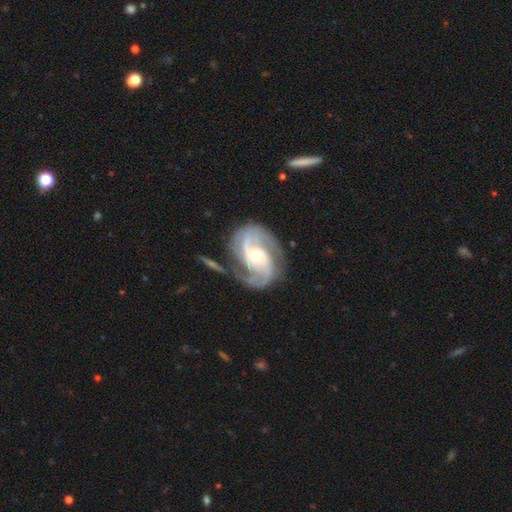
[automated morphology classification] Smooth or featured?
  - featured or disk: 92% *
  - star or artifact: 5%
  - smooth: 4%
Edge-on disk?
  - no: 98% *
  - yes: 2%
Bar?
  - no: 53% *
  - weak: 34%
  - strong: 14%
Spiral arms?
  - yes: 98% *
  - no: 2%
Spiral winding?
  - medium: 52% *
  - tight: 36%
  - loose: 12%
Spiral arm count?
  - 2: 78% *
  - 3: 11%
  - can't tell: 4%
  - 4: 2%
  - 1: 2%
  - more than 4: 2%
Bulge size?
  - moderate: 54% *
  - small: 40%
  - large: 4%
  - none: 1%
  - dominant: 1%
Merging?
  - none: 71% *
  - minor disturbance: 18%
  - major disturbance: 8%
  - merger: 4%